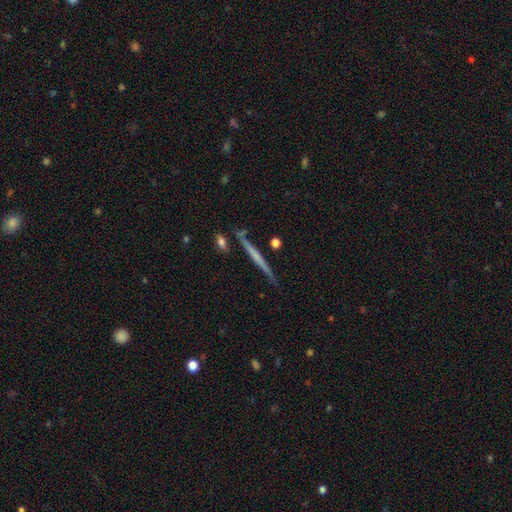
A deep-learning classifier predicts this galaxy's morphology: This is possibly a featured or disk galaxy (60%). It is clearly viewed edge-on (97%). Edge-on bulge: likely none (78%). Merging: clearly none (86%).